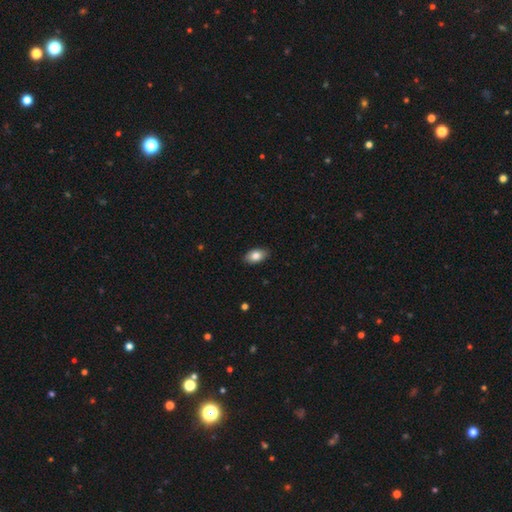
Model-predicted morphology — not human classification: The model was most divided on "smooth or featured": smooth: 84%, featured or disk: 9%, star or artifact: 7%. More confident: how rounded — in between (92%); merging — none (88%).